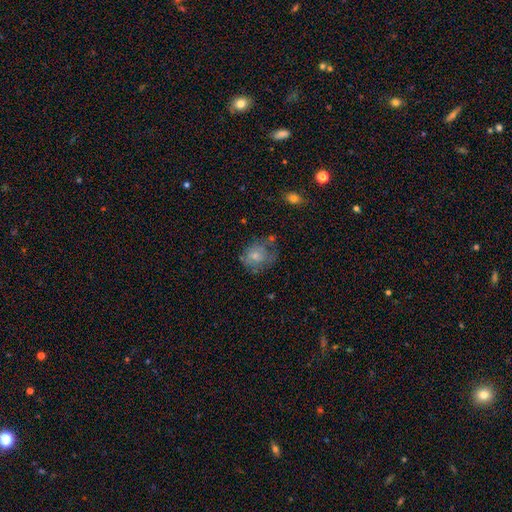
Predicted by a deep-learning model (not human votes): A smooth galaxy with no disk features (64%) that is round (60%).

Vote fractions:
- Smooth or featured? smooth: 64% / featured or disk: 27% / star or artifact: 10%
- How rounded? round: 60% / in between: 39% / cigar-shaped: 1%
- Merging? none: 41% / minor disturbance: 28% / major disturbance: 24% / merger: 7%